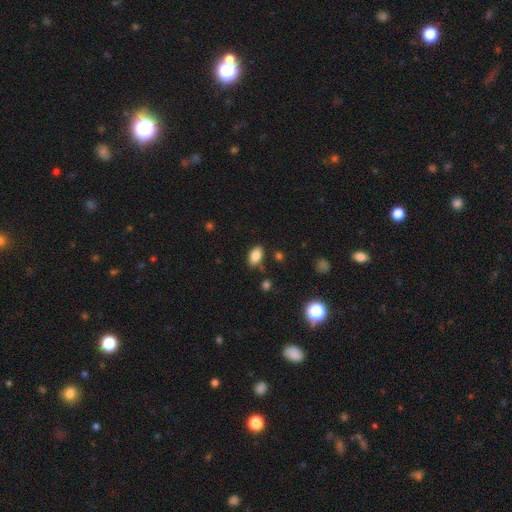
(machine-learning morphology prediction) type=smooth (83%); roundness=in between (91%); merging=none (78%).